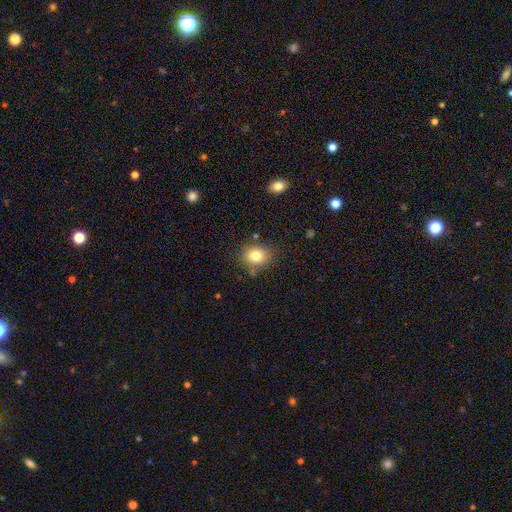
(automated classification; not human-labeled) A smooth galaxy with no disk features (80%) that is round (65%).

Vote fractions:
- Smooth or featured? smooth: 80% / star or artifact: 11% / featured or disk: 9%
- How rounded? round: 65% / in between: 34% / cigar-shaped: 1%
- Merging? none: 80% / minor disturbance: 13% / merger: 4% / major disturbance: 3%